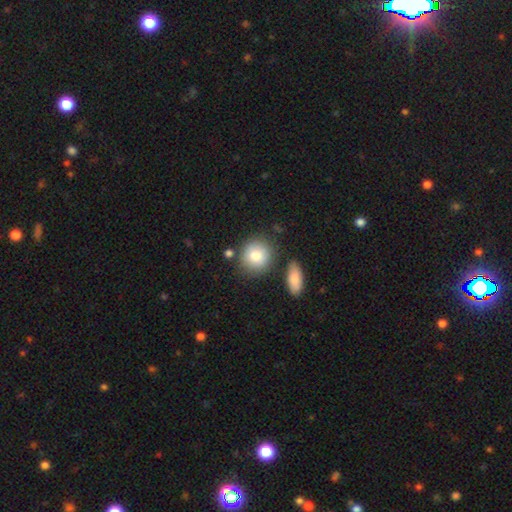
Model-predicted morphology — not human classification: This is clearly a smooth galaxy (81%). How rounded: clearly round (85%). Merging: likely none (77%).